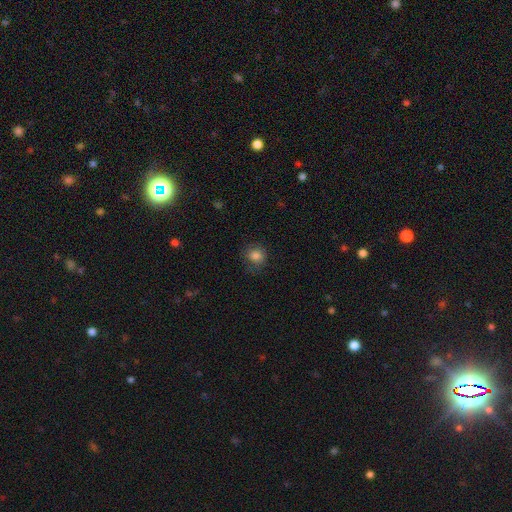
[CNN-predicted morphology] Smooth or featured? smooth (83%)
How rounded? round (78%)
Merging? none (75%)